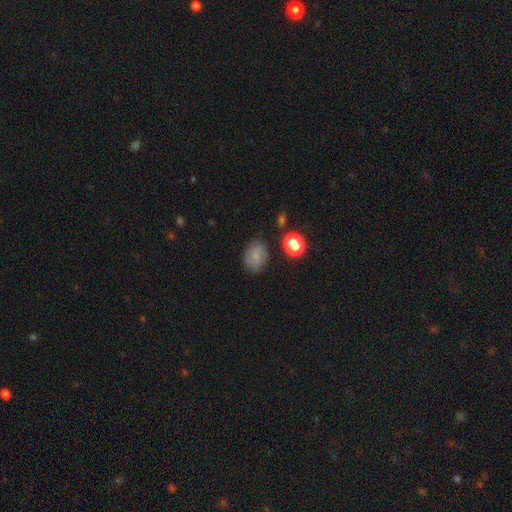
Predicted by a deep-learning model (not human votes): Smooth or featured? smooth (61%)
How rounded? in between (49%, tied with round)
Merging? none (75%)